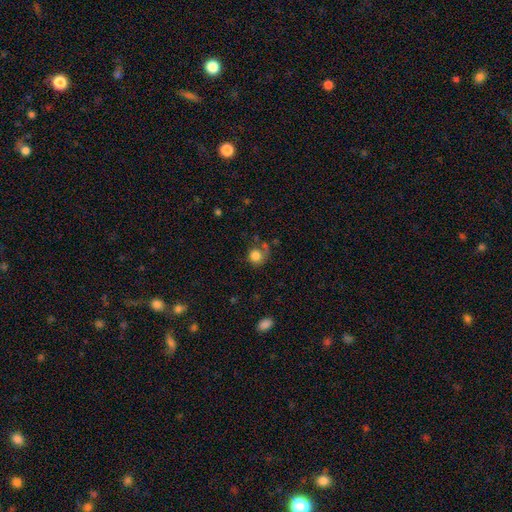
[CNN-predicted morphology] type=smooth (80%); roundness=round (83%); merging=none (53%).